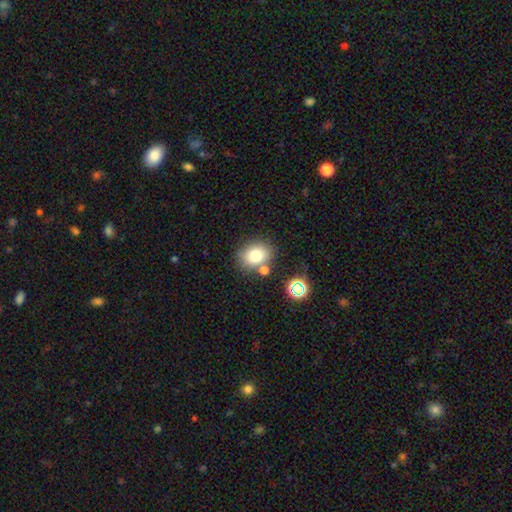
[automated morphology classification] smooth_or_featured: smooth (p=0.77) [alt: star or artifact p=0.13]
how_rounded: round (p=0.53) [alt: in between p=0.46]
merging: none (p=0.72) [alt: merger p=0.13]